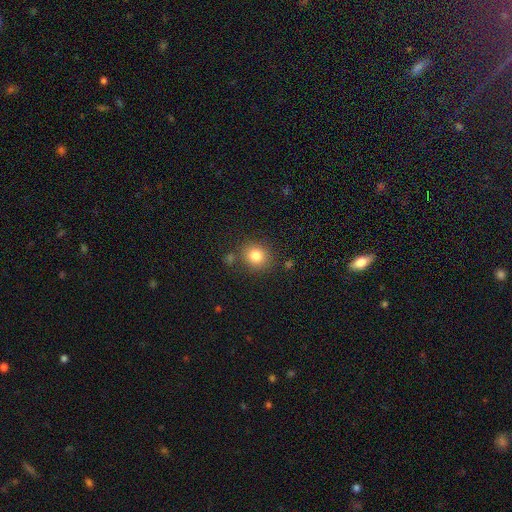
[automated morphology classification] This appears to be a smooth galaxy with no disk features (82%) that is round (80%). Merging: none (80%).